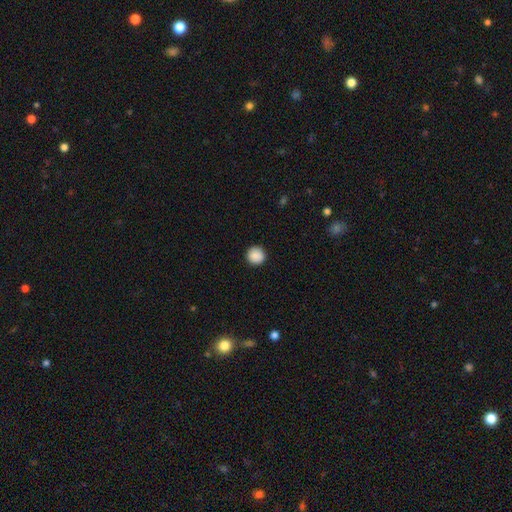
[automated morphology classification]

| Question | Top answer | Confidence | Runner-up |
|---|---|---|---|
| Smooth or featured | smooth | 89% | star or artifact (8%) |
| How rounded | round | 95% | in between (4%) |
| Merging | none | 92% | minor disturbance (5%) |